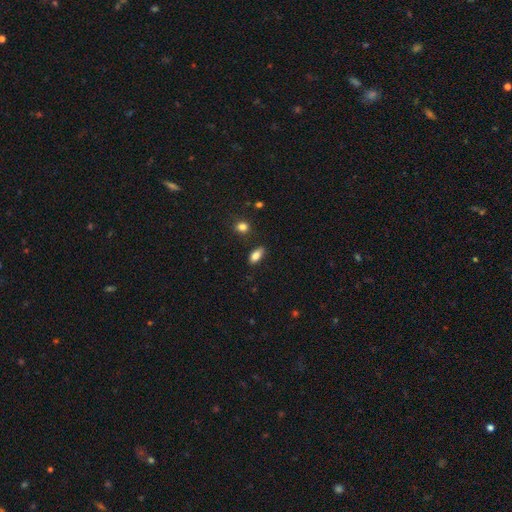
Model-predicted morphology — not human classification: This appears to be a smooth galaxy with no disk features (83%) that is in between round and cigar-shaped (85%). Merging: none (83%).